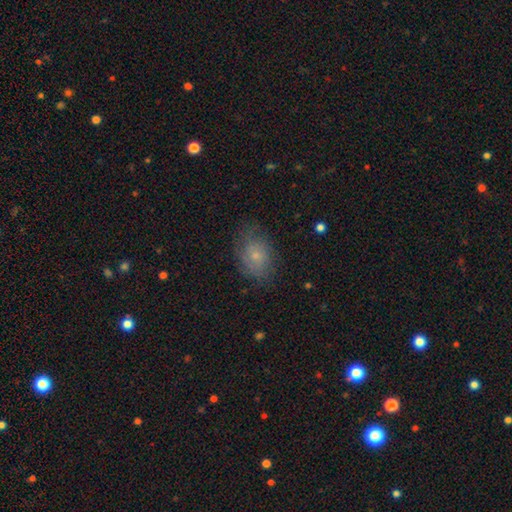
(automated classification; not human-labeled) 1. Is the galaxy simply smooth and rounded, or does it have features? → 63% smooth, 26% featured or disk, 10% star or artifact.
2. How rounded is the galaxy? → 75% in between, 23% round, 1% cigar-shaped.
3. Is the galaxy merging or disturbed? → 68% none, 22% minor disturbance, 9% major disturbance, 1% merger.